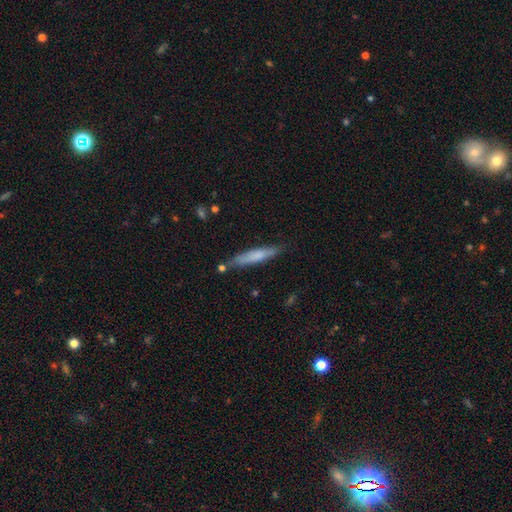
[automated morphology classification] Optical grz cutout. It shows a smooth galaxy with no disk features (65%) that is cigar-shaped (89%). Merging: none (76%).